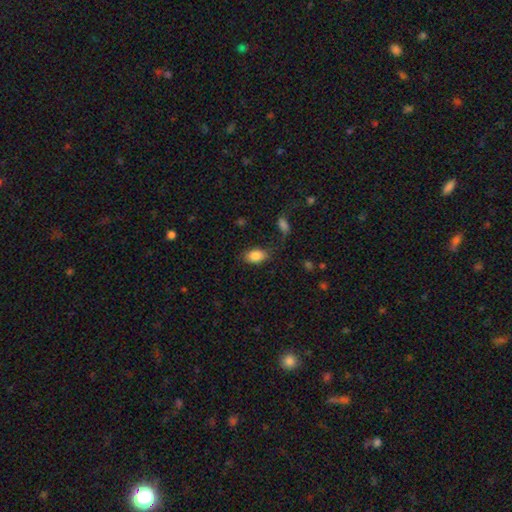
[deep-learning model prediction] The model was most divided on "merging": none: 76%, minor disturbance: 15%, major disturbance: 5%, merger: 3%. More confident: how rounded — in between (90%); smooth or featured — smooth (85%).